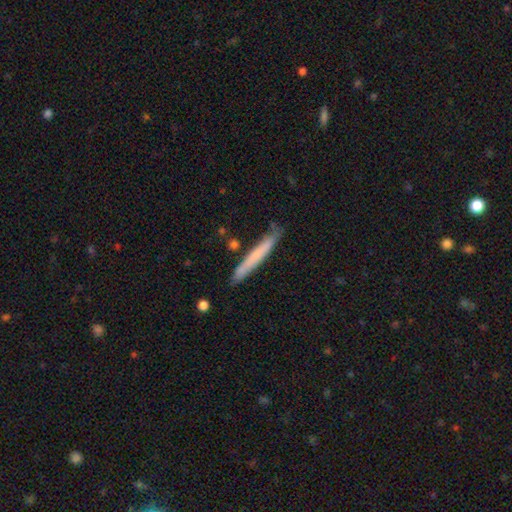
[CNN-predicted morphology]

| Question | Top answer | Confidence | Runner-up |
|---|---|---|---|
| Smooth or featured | smooth | 63% | featured or disk (31%) |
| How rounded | cigar-shaped | 96% | in between (3%) |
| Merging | none | 81% | minor disturbance (14%) |